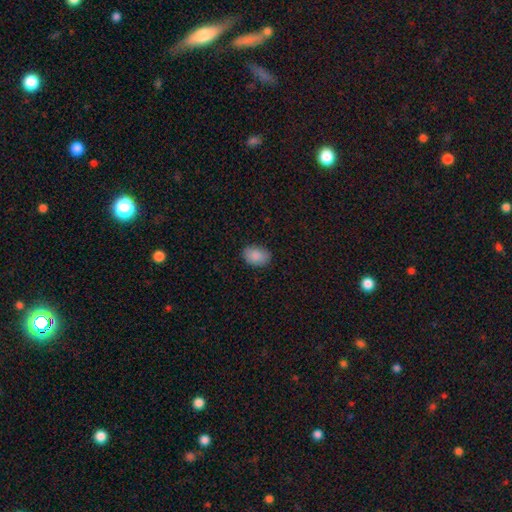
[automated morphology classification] A smooth galaxy with no disk features (88%) that is in between round and cigar-shaped (79%).

Vote fractions:
- Smooth or featured? smooth: 88% / star or artifact: 7% / featured or disk: 4%
- How rounded? in between: 79% / round: 20% / cigar-shaped: 1%
- Merging? none: 83% / minor disturbance: 14% / major disturbance: 3% / merger: 1%